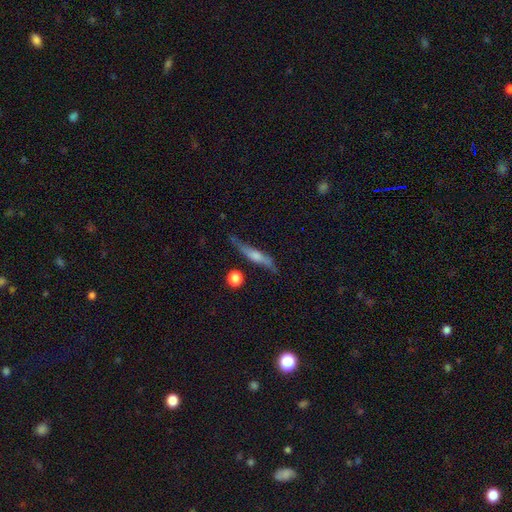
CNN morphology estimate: This appears to be a featured or disk galaxy (60%) viewed edge-on (84%) with a rounded central bulge (64%). Merging: none (66%).